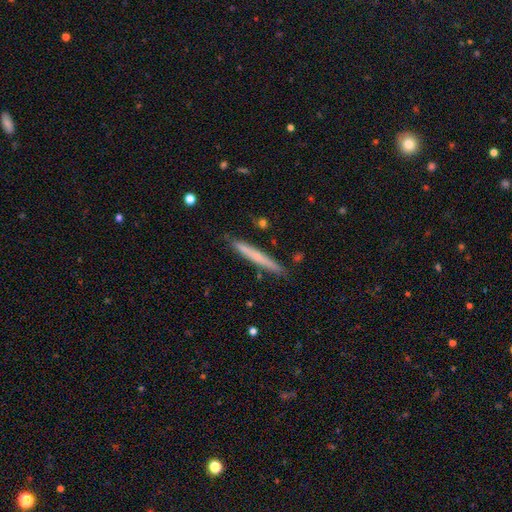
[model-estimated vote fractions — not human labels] Smooth or featured? smooth (58%)
How rounded? cigar-shaped (97%)
Merging? none (88%)